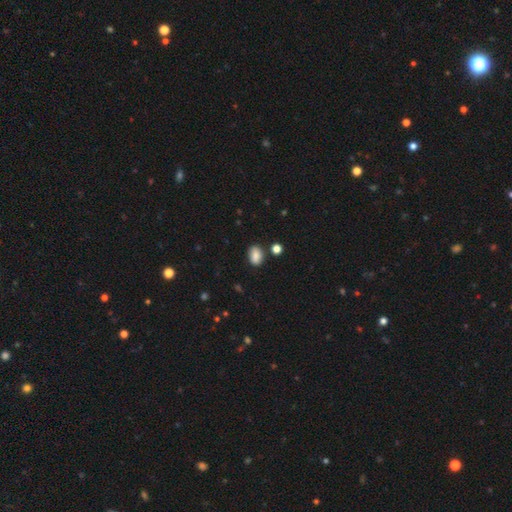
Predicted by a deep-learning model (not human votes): A smooth galaxy with no disk features (84%) that is in between round and cigar-shaped (82%). Merging: none (81%).